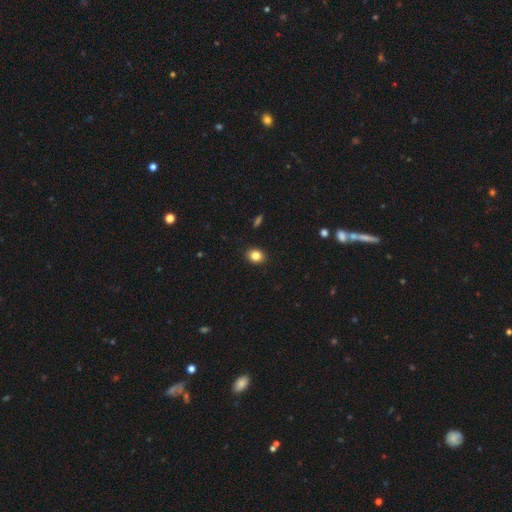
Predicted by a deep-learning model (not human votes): Q: Smooth or featured?
A: smooth (84%); runner-up: star or artifact (10%)
Q: How rounded?
A: round (56%); runner-up: in between (43%)
Q: Merging?
A: none (91%); runner-up: minor disturbance (7%)